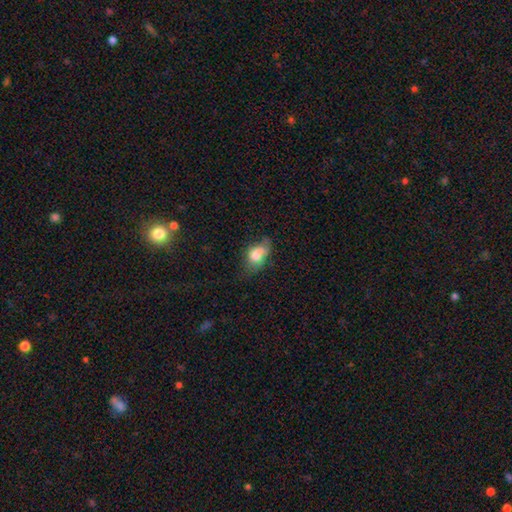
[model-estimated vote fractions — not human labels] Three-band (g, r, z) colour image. It shows a smooth galaxy with no disk features (77%) that is in between round and cigar-shaped (83%). Merging: minor disturbance (39%).